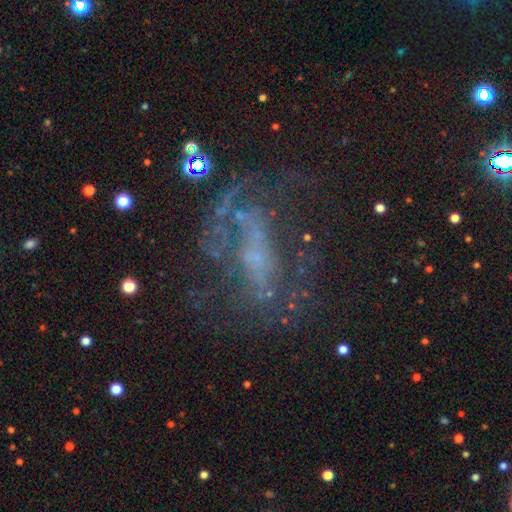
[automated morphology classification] smooth-or-featured: featured or disk: 71% | star or artifact: 17% | smooth: 12%
  disk-edge-on: no: 94% | yes: 6%
    bar: no: 48% | weak: 31% | strong: 21%
    has-spiral-arms: yes: 65% | no: 35%
    bulge-size: small: 40% | none: 38% | moderate: 16% | large: 4% | dominant: 2%
  merging: none: 54% | major disturbance: 25% | minor disturbance: 17% | merger: 4%